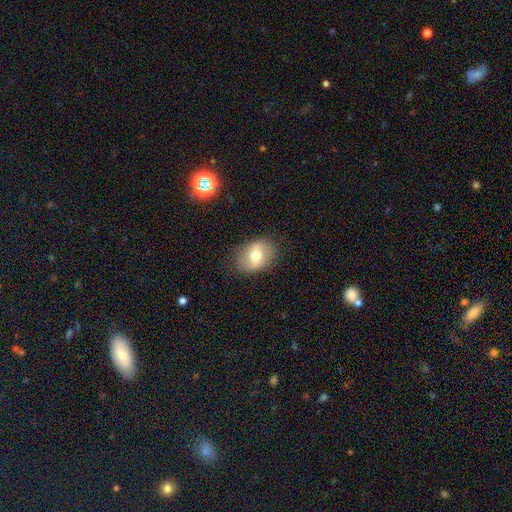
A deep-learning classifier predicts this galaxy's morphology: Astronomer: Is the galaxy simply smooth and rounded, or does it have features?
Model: smooth — 58% (runner-up: featured or disk, 33%).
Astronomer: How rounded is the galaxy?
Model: in between — 71%.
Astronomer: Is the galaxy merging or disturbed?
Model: none — 82%.